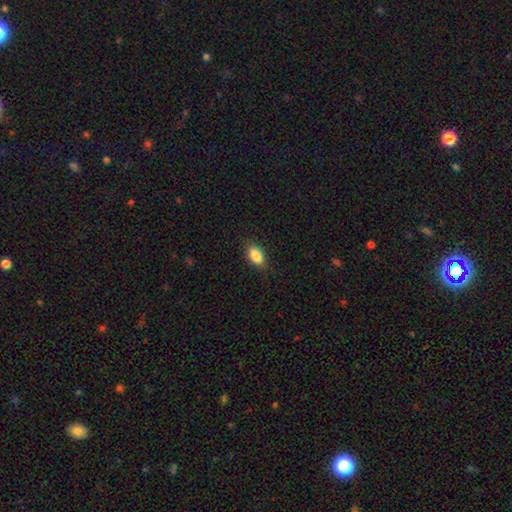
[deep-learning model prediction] This is clearly a smooth galaxy (87%). How rounded: clearly in between (90%). Merging: clearly none (86%).